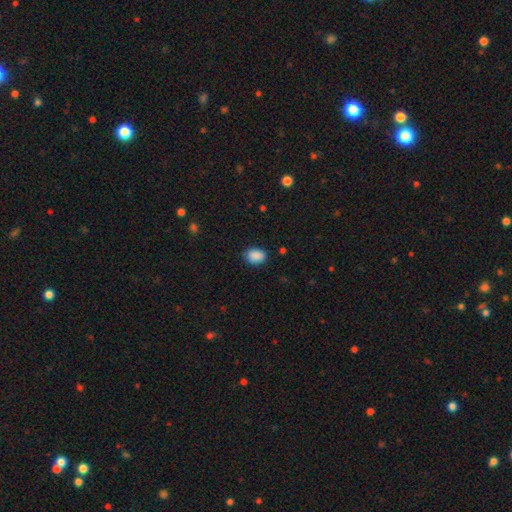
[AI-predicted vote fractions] This appears to be a smooth galaxy with no disk features (89%) that is in between round and cigar-shaped (74%). Merging: none (83%).